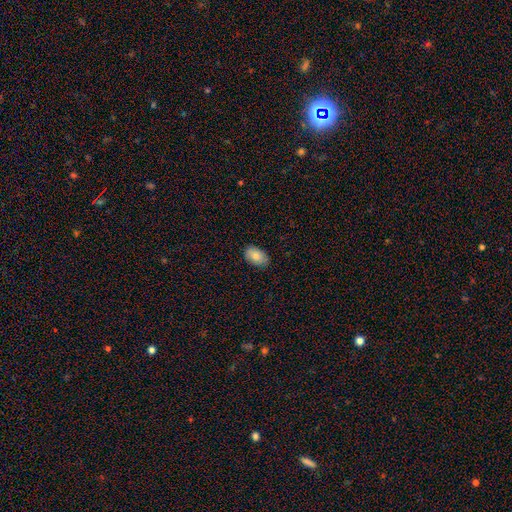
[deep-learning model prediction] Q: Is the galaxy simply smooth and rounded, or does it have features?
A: smooth — 83%.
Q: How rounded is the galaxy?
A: in between — 92%.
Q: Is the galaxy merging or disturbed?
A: none — 85%.